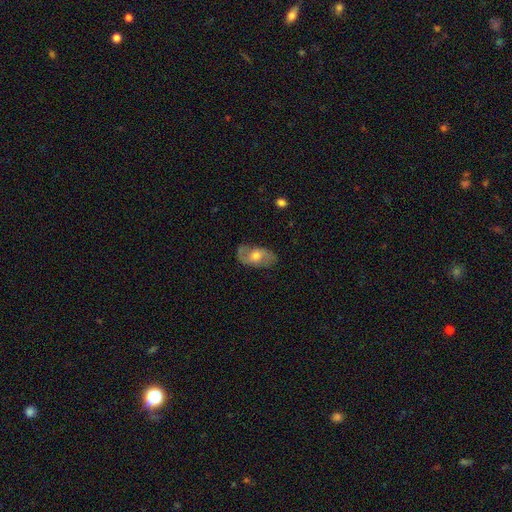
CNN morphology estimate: smooth-or-featured: featured or disk: 64% | smooth: 29% | star or artifact: 7%
  disk-edge-on: no: 93% | yes: 7%
    bar: no: 61% | weak: 32% | strong: 7%
    has-spiral-arms: yes: 82% | no: 18%
    bulge-size: moderate: 70% | small: 19% | large: 9% | none: 1% | dominant: 1%
  merging: none: 75% | minor disturbance: 17% | major disturbance: 6% | merger: 1%